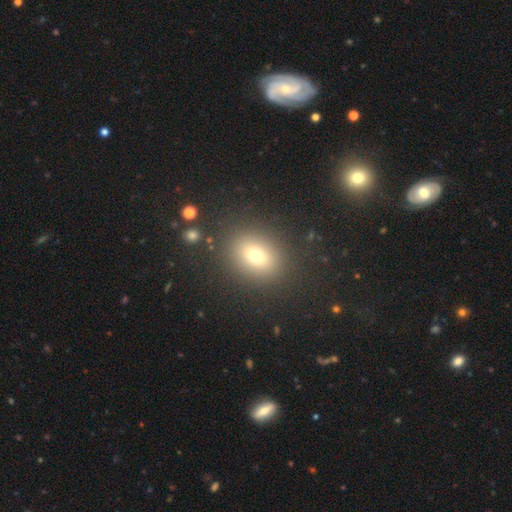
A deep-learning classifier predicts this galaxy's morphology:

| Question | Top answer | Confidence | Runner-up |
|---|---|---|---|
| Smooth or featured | smooth | 72% | star or artifact (15%) |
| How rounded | in between | 57% | round (42%) |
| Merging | none | 86% | minor disturbance (8%) |